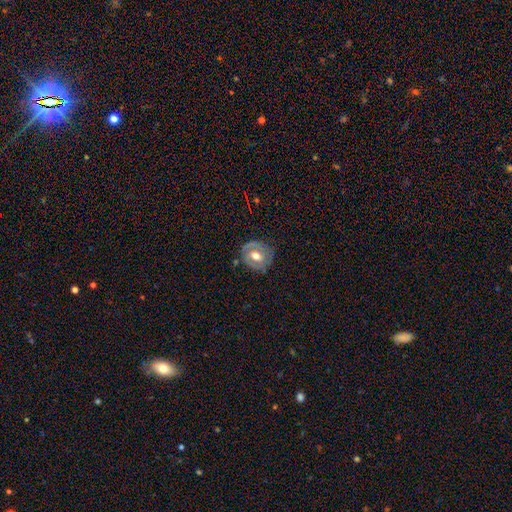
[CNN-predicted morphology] type=featured or disk (61%); edge-on=no (96%); bar=no (44%); spiral arms=yes (60%); bulge=moderate (73%); merging=none (74%).